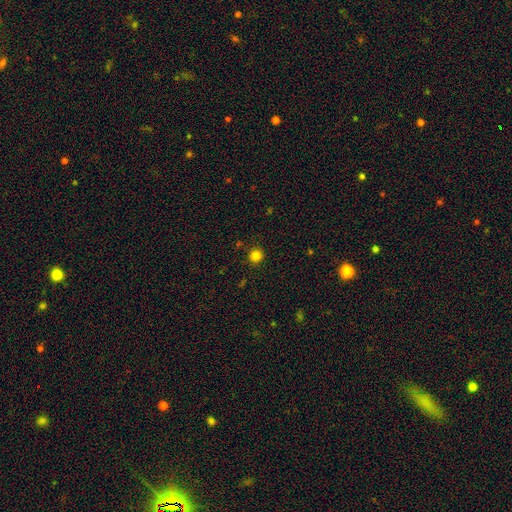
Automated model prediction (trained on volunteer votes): Morphology: type=smooth (83%); roundness=round (92%); merging=none (90%).